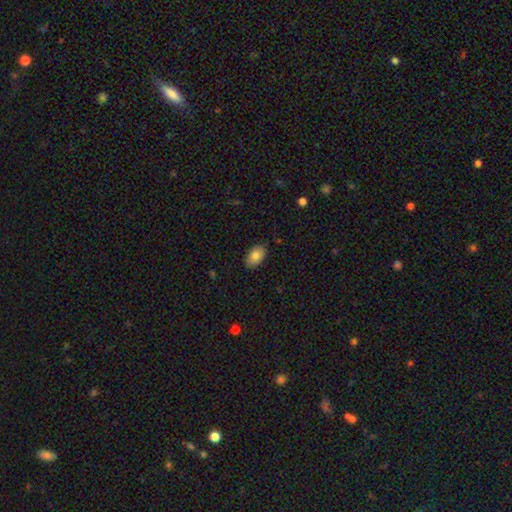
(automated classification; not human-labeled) This appears to be a smooth galaxy with no disk features (82%) that is in between round and cigar-shaped (91%). Merging: none (85%).